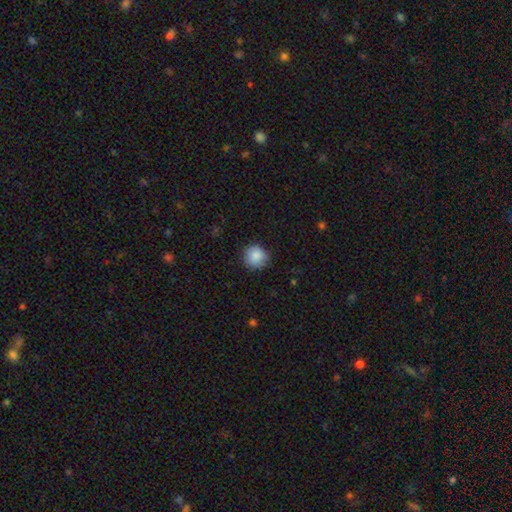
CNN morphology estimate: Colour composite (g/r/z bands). It shows a smooth galaxy with no disk features (88%) that is round (92%). Merging: none (82%).